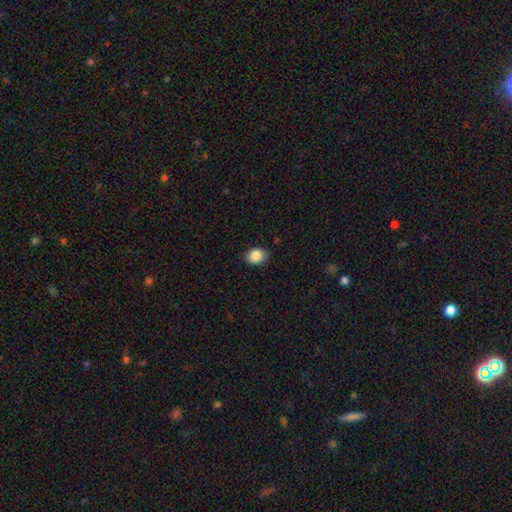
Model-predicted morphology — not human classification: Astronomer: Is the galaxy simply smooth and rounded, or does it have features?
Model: smooth — 88%.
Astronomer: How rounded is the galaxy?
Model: in between — 68%.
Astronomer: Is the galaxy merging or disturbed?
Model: none — 83%.